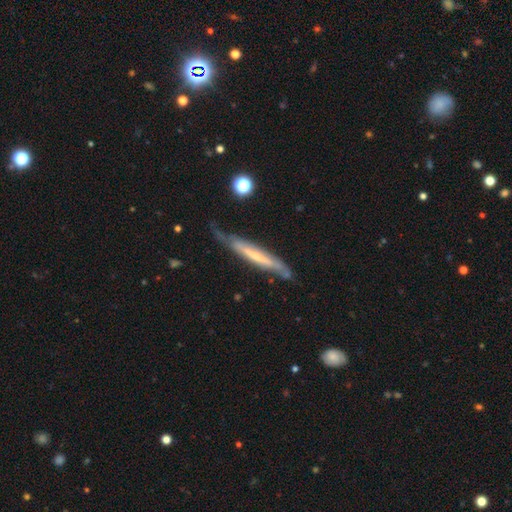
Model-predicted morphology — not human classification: smooth_or_featured: featured or disk (p=0.68) [alt: smooth p=0.26]
disk_edge_on: yes (p=0.73) [alt: no p=0.27]
merging: none (p=0.61) [alt: minor disturbance p=0.27]